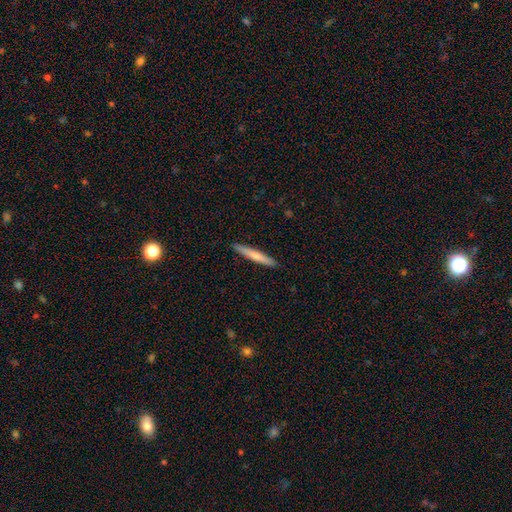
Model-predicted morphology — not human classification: The model was most divided on "smooth or featured": smooth: 69%, featured or disk: 25%, star or artifact: 5%. More confident: how rounded — cigar-shaped (96%); merging — none (91%).